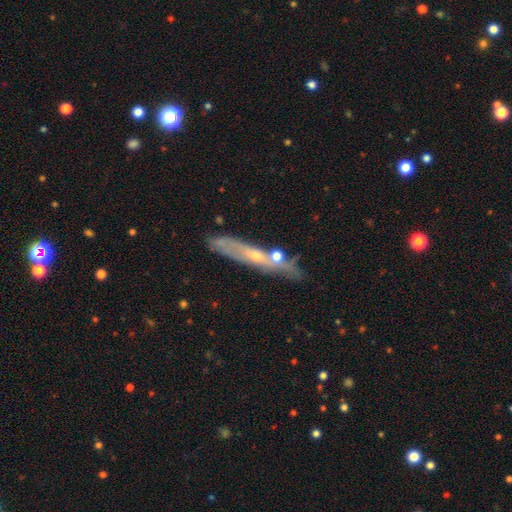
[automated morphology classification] Smooth or featured? Predicted: featured or disk (p=0.55). Edge-on disk? Predicted: yes (p=0.72). Merging? Predicted: none (p=0.67).